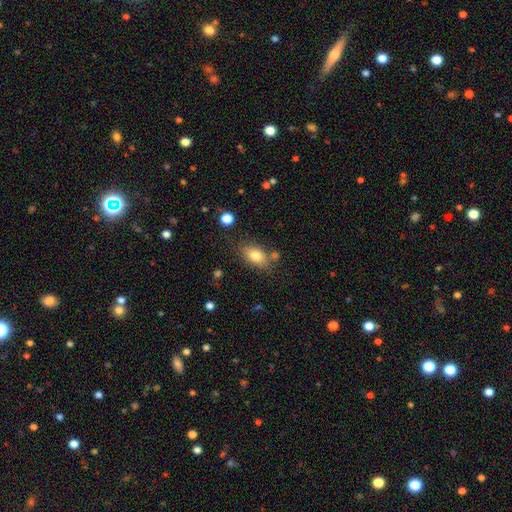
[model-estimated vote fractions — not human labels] Smooth or featured: smooth — 81% (featured or disk — 11%)
How rounded: in between — 86% (round — 11%)
Merging: none — 71% (minor disturbance — 16%)